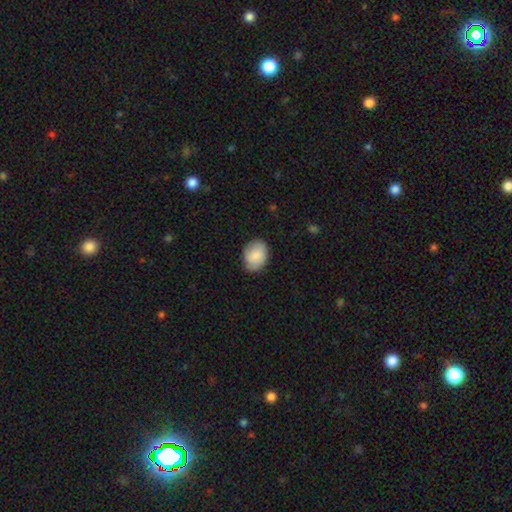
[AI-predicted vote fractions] Overall: smooth (85%). How rounded: in between (68%; round 31%). Merging: none (81%).